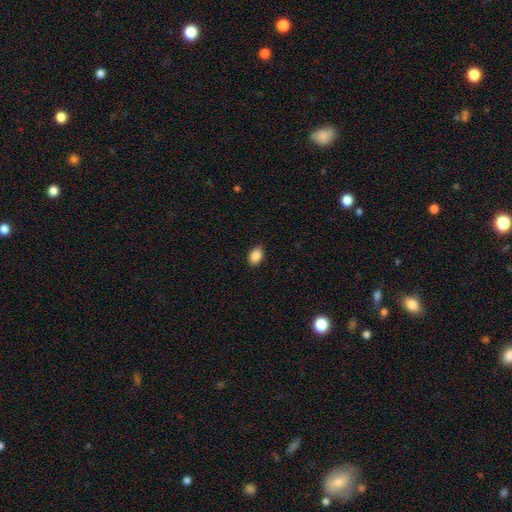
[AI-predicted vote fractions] Smooth or featured?
  - smooth: 87% *
  - star or artifact: 8%
  - featured or disk: 5%
How rounded?
  - in between: 82% *
  - round: 16%
  - cigar-shaped: 1%
Merging?
  - none: 82% *
  - minor disturbance: 15%
  - major disturbance: 2%
  - merger: 1%